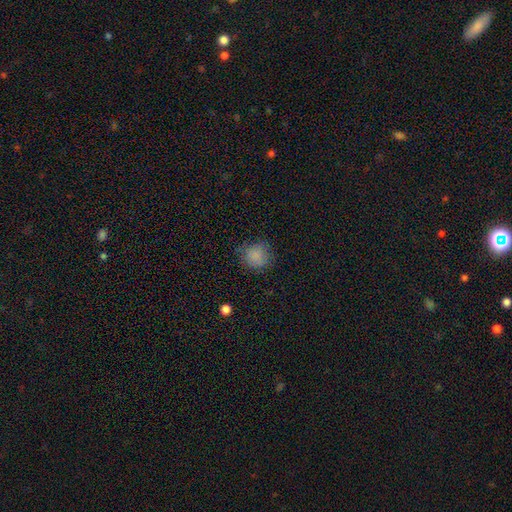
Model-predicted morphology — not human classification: Smooth or featured? Predicted: smooth (p=0.83). How rounded? Predicted: round (p=0.86). Merging? Predicted: none (p=0.75).